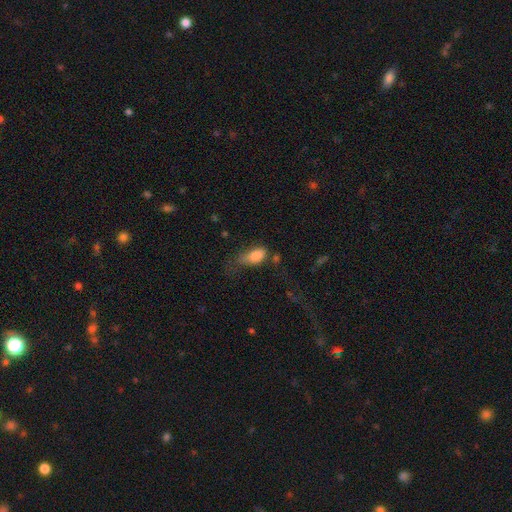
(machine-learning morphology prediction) This appears to be a smooth galaxy with no disk features (81%) that is in between round and cigar-shaped (88%). Merging: minor disturbance (34%).